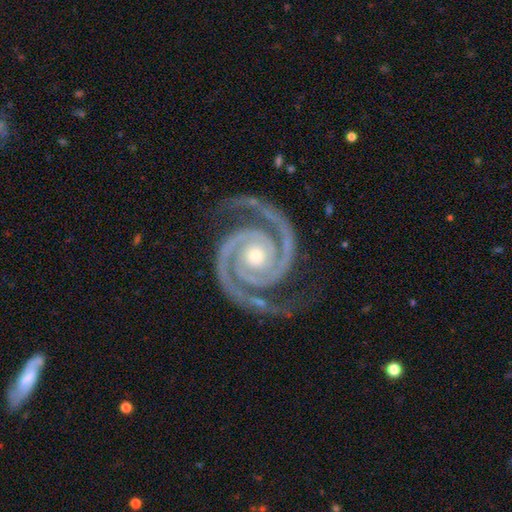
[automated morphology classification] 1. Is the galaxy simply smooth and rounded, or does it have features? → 95% featured or disk, 3% star or artifact, 2% smooth.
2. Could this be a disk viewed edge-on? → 98% no, 2% yes.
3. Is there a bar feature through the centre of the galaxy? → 76% no, 14% weak, 10% strong.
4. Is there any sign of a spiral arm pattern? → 99% yes, 1% no.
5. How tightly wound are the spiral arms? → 75% tight, 22% medium, 3% loose.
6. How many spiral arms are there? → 94% 2, 2% 3, 1% can't tell, 1% 4, 1% 1, 1% more than 4.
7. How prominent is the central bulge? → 60% moderate, 33% small, 4% large, 1% none, 1% dominant.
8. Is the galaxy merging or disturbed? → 82% none, 12% minor disturbance, 4% major disturbance, 2% merger.